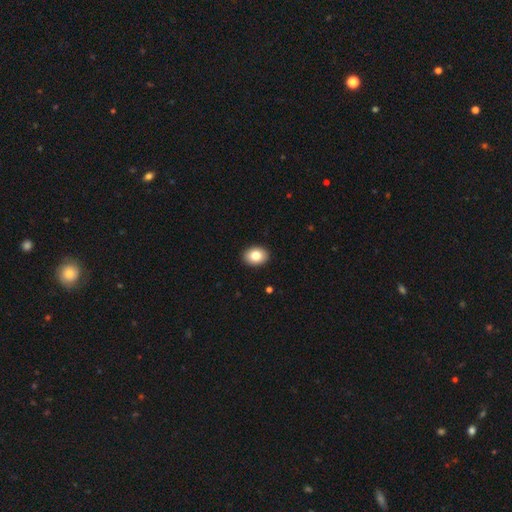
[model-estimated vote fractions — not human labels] A smooth galaxy with no disk features (82%) that is in between round and cigar-shaped (64%).

Vote fractions:
- Smooth or featured? smooth: 82% / featured or disk: 9% / star or artifact: 8%
- How rounded? in between: 64% / round: 35% / cigar-shaped: 1%
- Merging? none: 92% / minor disturbance: 6% / major disturbance: 2% / merger: 1%